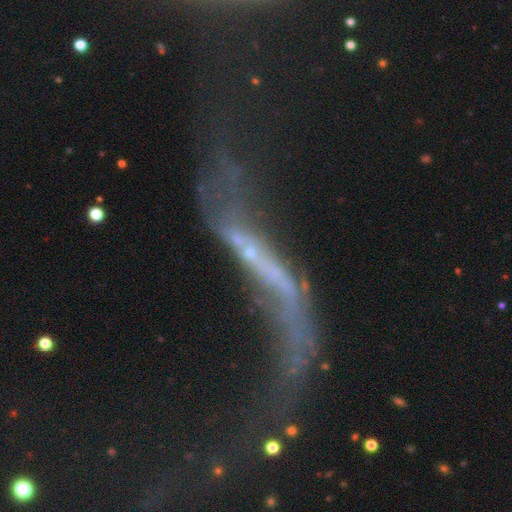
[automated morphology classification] featured or disk 70%, smooth 17%, star or artifact 13%. Down the decision tree: edge-on disk — no (75%); bar — no (54%); spiral arms — yes (52%); bulge size — small (49%); merging — major disturbance (43%).